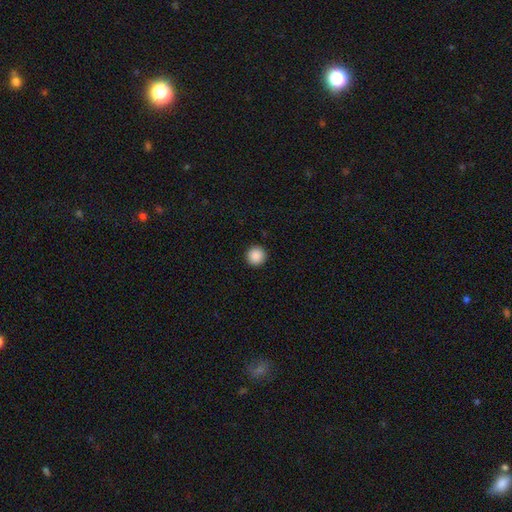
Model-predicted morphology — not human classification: This is clearly a smooth galaxy (89%). How rounded: clearly round (96%). Merging: clearly none (93%).